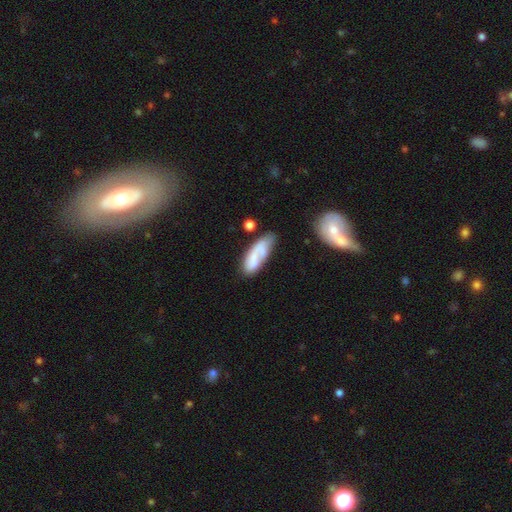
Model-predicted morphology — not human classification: Smooth or featured: smooth — 55% (featured or disk — 38%)
How rounded: in between — 70% (cigar-shaped — 27%)
Merging: none — 45% (minor disturbance — 28%)